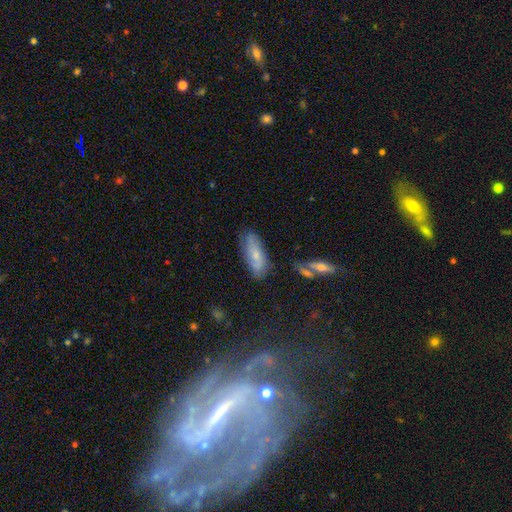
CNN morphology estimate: smooth_or_featured: smooth (p=0.65) [alt: featured or disk p=0.28]
how_rounded: in between (p=0.64) [alt: cigar-shaped p=0.34]
merging: none (p=0.70) [alt: minor disturbance p=0.21]